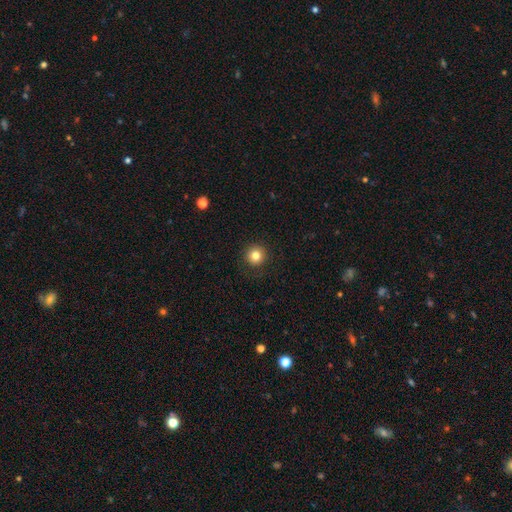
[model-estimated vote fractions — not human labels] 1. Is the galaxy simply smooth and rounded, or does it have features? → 82% smooth, 12% star or artifact, 6% featured or disk.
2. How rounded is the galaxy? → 96% round, 4% in between, 1% cigar-shaped.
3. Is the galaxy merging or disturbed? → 91% none, 5% minor disturbance, 2% major disturbance, 1% merger.